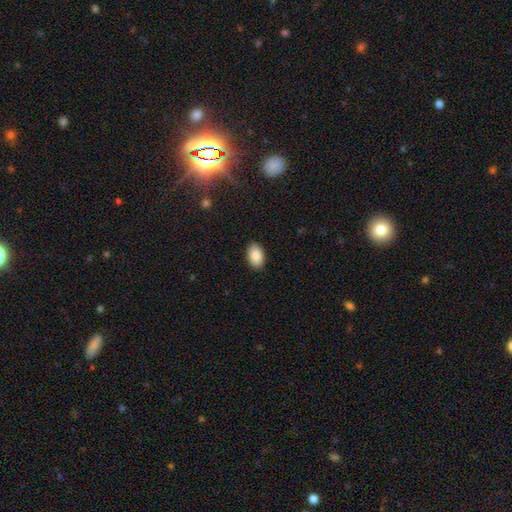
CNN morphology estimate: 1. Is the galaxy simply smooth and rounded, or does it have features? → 87% smooth, 7% star or artifact, 6% featured or disk.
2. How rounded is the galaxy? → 93% in between, 6% round, 1% cigar-shaped.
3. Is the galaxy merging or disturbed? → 89% none, 8% minor disturbance, 2% major disturbance, 1% merger.